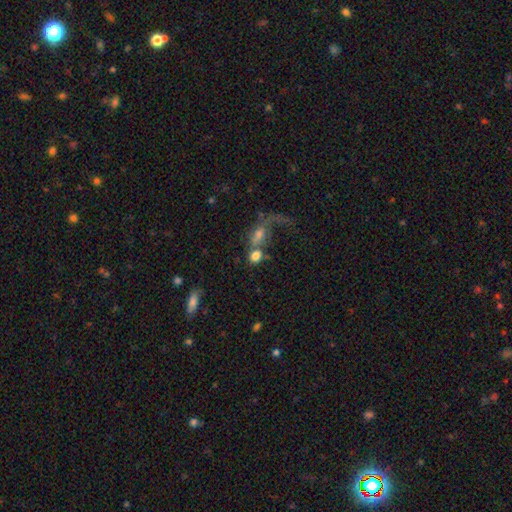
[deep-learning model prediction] Q: Smooth or featured?
A: smooth (72%); runner-up: featured or disk (17%)
Q: How rounded?
A: in between (49%); runner-up: round (47%)
Q: Merging?
A: merger (49%); runner-up: none (29%)